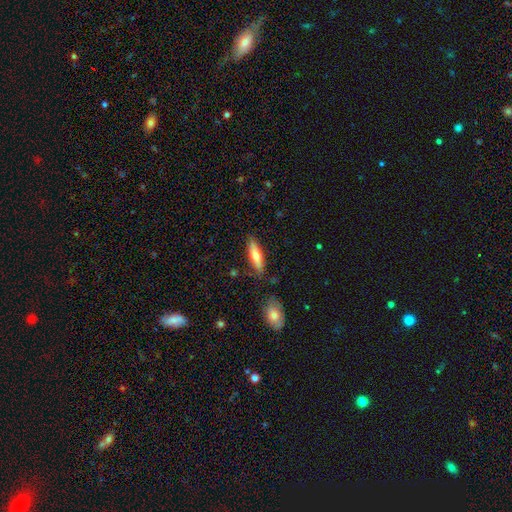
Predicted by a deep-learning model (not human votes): A smooth galaxy with no disk features (68%) that is cigar-shaped (62%). Merging: none (81%).